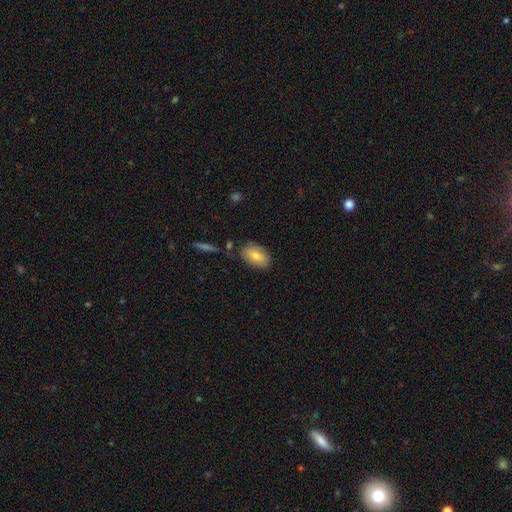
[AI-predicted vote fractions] This is likely a smooth galaxy (71%). How rounded: clearly in between (90%). Merging: likely none (77%).